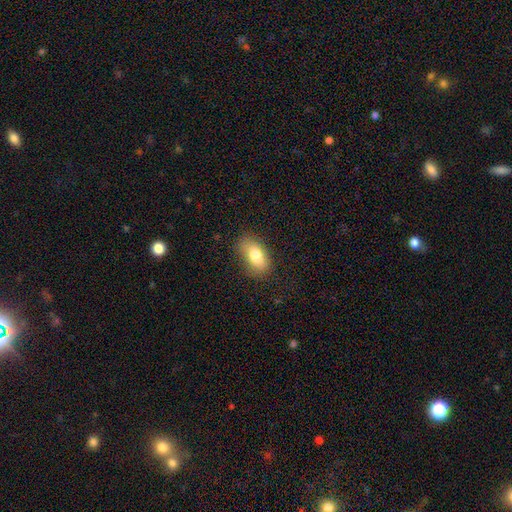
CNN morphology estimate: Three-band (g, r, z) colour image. It shows a smooth galaxy with no disk features (77%) that is in between round and cigar-shaped (89%). Merging: none (77%).